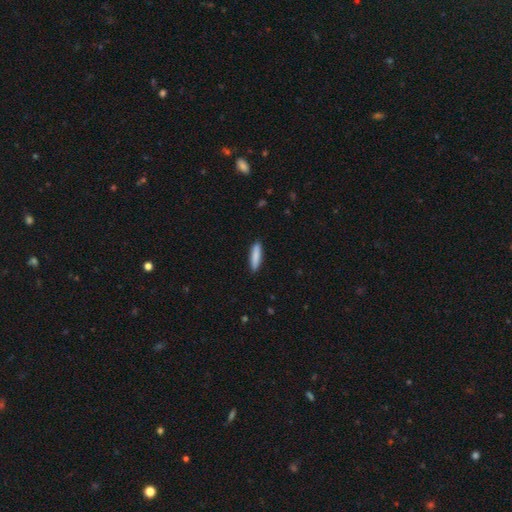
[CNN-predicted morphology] Smooth or featured?
  - smooth: 85% *
  - featured or disk: 9%
  - star or artifact: 6%
How rounded?
  - cigar-shaped: 81% *
  - in between: 18%
  - round: 1%
Merging?
  - none: 90% *
  - minor disturbance: 8%
  - major disturbance: 2%
  - merger: 1%